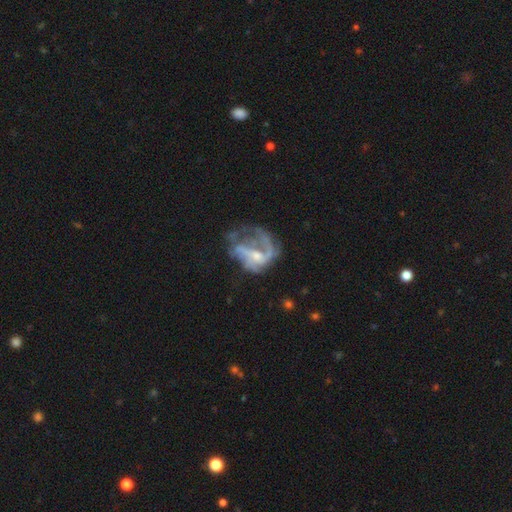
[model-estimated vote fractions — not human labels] Smooth or featured? Predicted: featured or disk (p=0.76). Edge-on disk? Predicted: no (p=0.98). Bar? Predicted: no (p=0.48). Spiral arms? Predicted: yes (p=0.72). Spiral winding? Predicted: loose (p=0.47). Spiral arm count? Predicted: 2 (p=0.27, tied with can't tell). Bulge size? Predicted: moderate (p=0.41). Merging? Predicted: major disturbance (p=0.47).